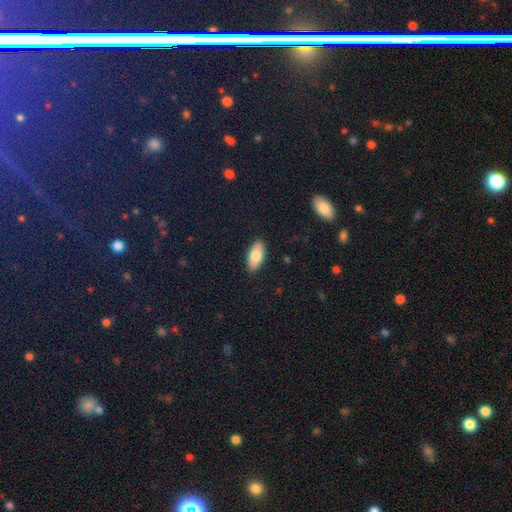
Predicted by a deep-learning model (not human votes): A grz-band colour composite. It shows a smooth galaxy with no disk features (80%) that is in between round and cigar-shaped (90%). Merging: none (89%).